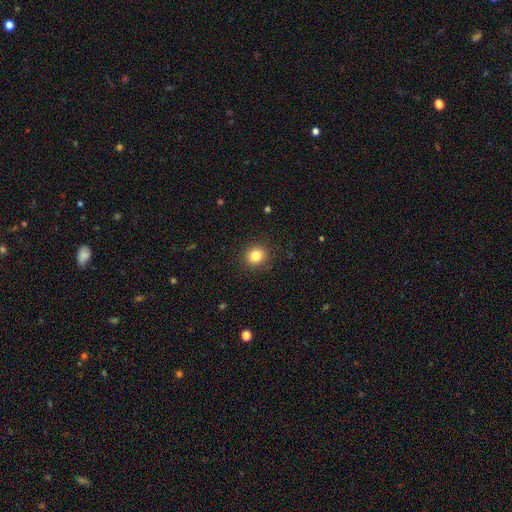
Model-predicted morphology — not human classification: A smooth galaxy with no disk features (82%) that is round (88%).

Vote fractions:
- Smooth or featured? smooth: 82% / star or artifact: 12% / featured or disk: 6%
- How rounded? round: 88% / in between: 11% / cigar-shaped: 1%
- Merging? none: 91% / minor disturbance: 6% / major disturbance: 2% / merger: 1%